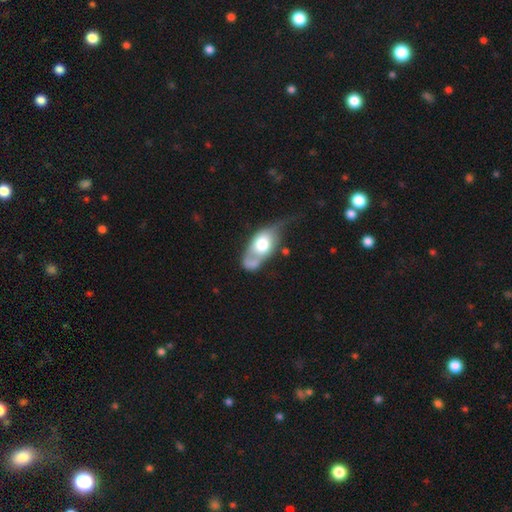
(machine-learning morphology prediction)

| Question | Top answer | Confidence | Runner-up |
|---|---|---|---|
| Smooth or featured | smooth | 46% | featured or disk (45%) |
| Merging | major disturbance | 31% | minor disturbance (24%) |